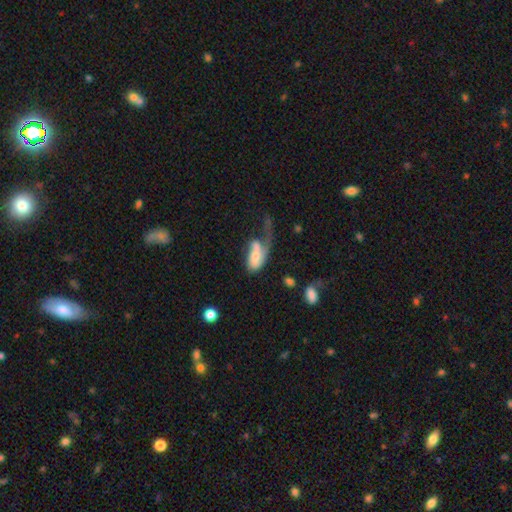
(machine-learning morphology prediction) Smooth or featured?
  - smooth: 47% *
  - featured or disk: 45%
  - star or artifact: 7%
Merging?
  - major disturbance: 49% *
  - merger: 21%
  - none: 16%
  - minor disturbance: 13%